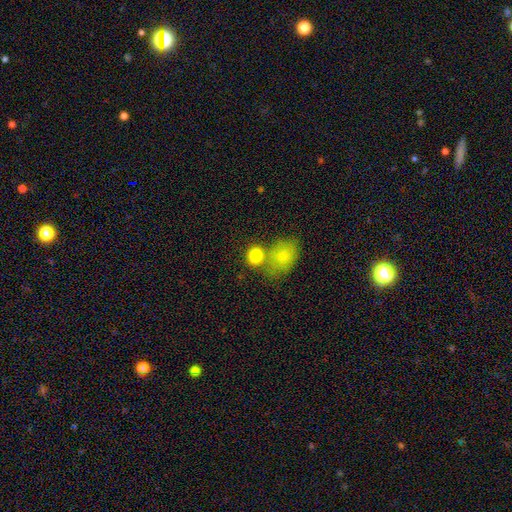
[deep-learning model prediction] Smooth or featured? smooth (85%)
How rounded? round (63%)
Merging? none (52%)